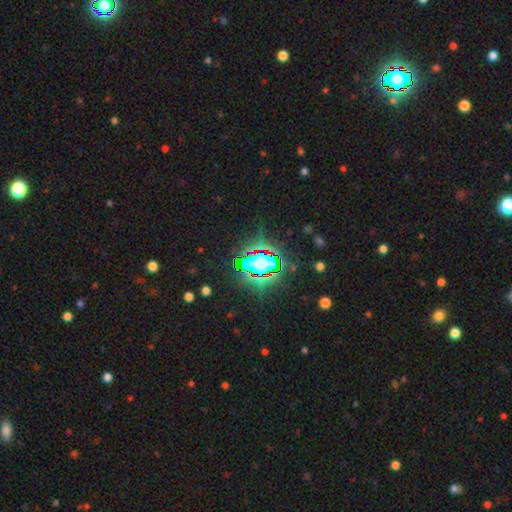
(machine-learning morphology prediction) Q: Smooth or featured?
A: star or artifact (83%); runner-up: smooth (10%)